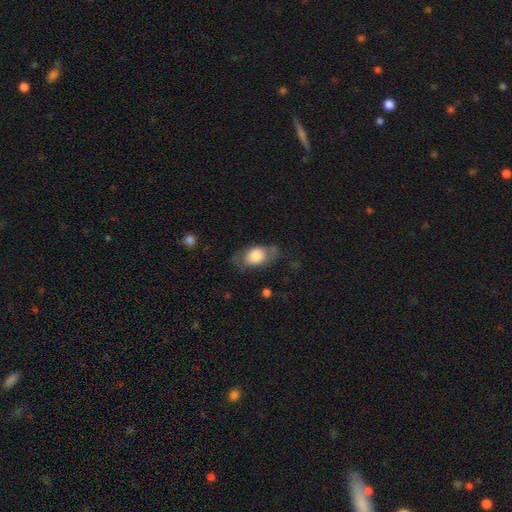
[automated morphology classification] type=smooth (71%); roundness=in between (84%); merging=none (60%).